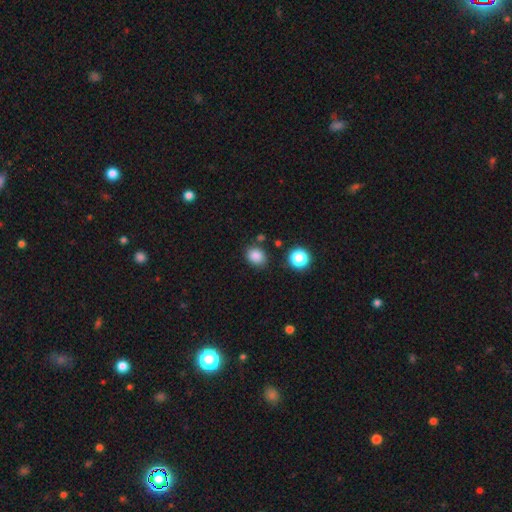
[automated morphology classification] smooth_or_featured: smooth (p=0.84) [alt: star or artifact p=0.12]
how_rounded: in between (p=0.52) [alt: round p=0.47]
merging: none (p=0.78) [alt: minor disturbance p=0.13]